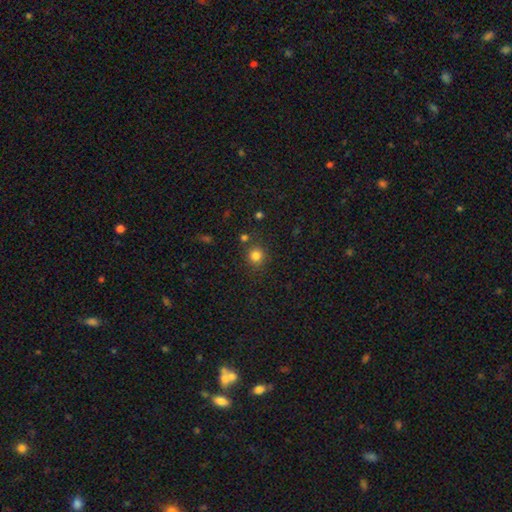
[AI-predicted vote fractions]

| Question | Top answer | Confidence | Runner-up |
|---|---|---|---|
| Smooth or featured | smooth | 82% | star or artifact (13%) |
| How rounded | round | 90% | in between (9%) |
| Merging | none | 80% | minor disturbance (10%) |